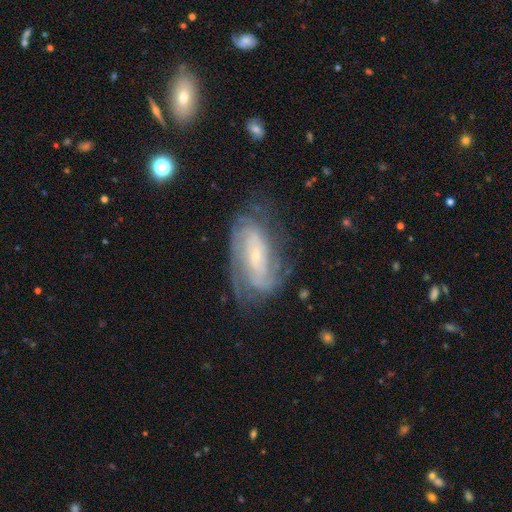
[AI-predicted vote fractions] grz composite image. It shows a featured or disk galaxy (81%) with no bar (46%), tight (54%) spiral arms (93%) and a small central bulge (74%). Merging: none (67%).